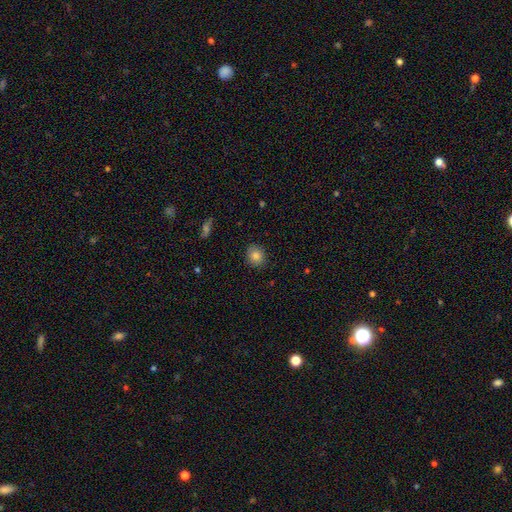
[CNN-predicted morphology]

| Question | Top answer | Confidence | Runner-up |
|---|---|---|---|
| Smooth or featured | smooth | 83% | star or artifact (10%) |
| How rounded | round | 77% | in between (22%) |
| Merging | none | 89% | minor disturbance (8%) |